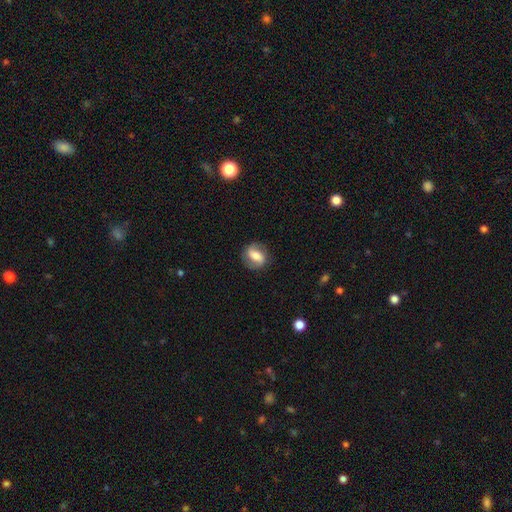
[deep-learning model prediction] smooth-or-featured: featured or disk: 52% | smooth: 40% | star or artifact: 8%
  disk-edge-on: no: 94% | yes: 6%
  merging: none: 82% | minor disturbance: 12% | major disturbance: 5% | merger: 1%